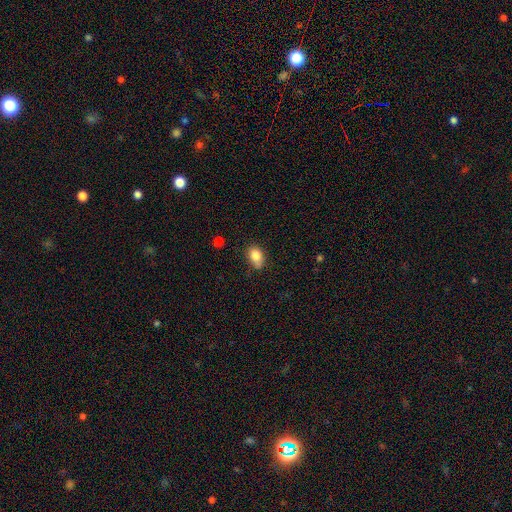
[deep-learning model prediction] Morphology: type=smooth (83%); roundness=in between (73%); merging=none (63%).